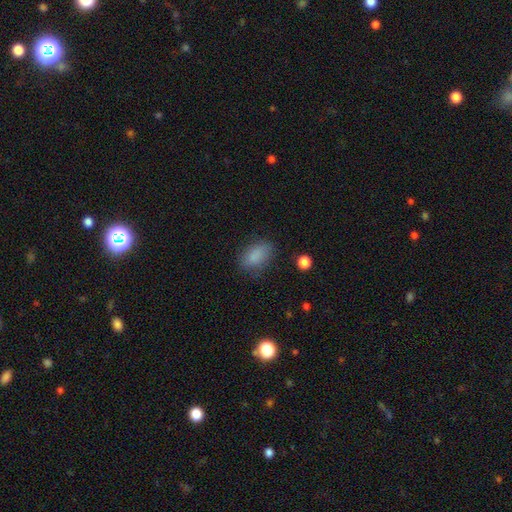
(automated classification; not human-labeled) The model was most divided on "merging": none: 76%, minor disturbance: 17%, major disturbance: 5%, merger: 2%. More confident: how rounded — in between (88%); smooth or featured — smooth (85%).